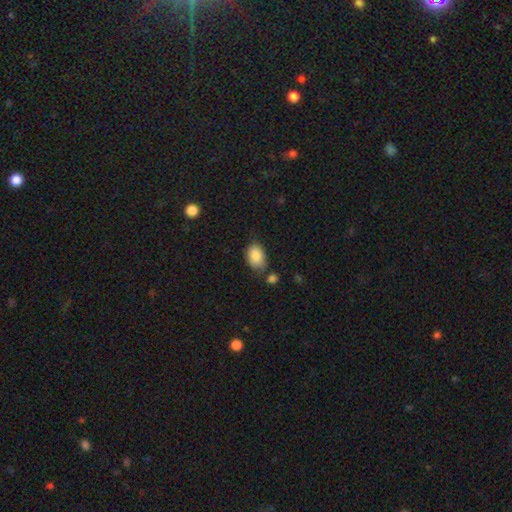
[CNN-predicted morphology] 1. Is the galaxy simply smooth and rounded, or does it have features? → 86% smooth, 7% star or artifact, 6% featured or disk.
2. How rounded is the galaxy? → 86% in between, 13% round, 1% cigar-shaped.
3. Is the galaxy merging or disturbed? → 67% none, 22% minor disturbance, 7% merger, 4% major disturbance.